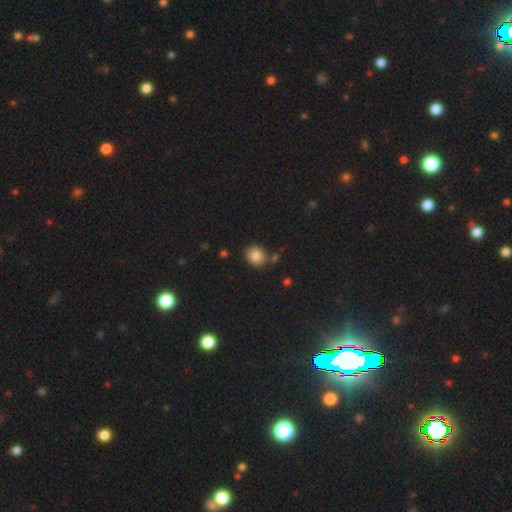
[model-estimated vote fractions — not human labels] Morphology: type=smooth (84%); roundness=round (59%); merging=none (77%).